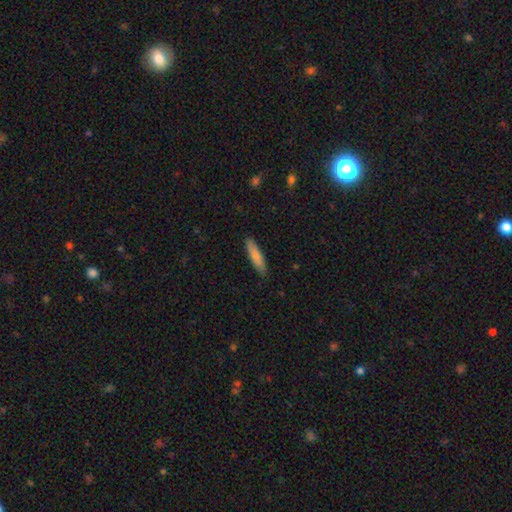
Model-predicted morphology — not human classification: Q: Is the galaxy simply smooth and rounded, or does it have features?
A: smooth — 82%.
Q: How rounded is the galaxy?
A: cigar-shaped — 81%.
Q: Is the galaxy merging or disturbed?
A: none — 88%.